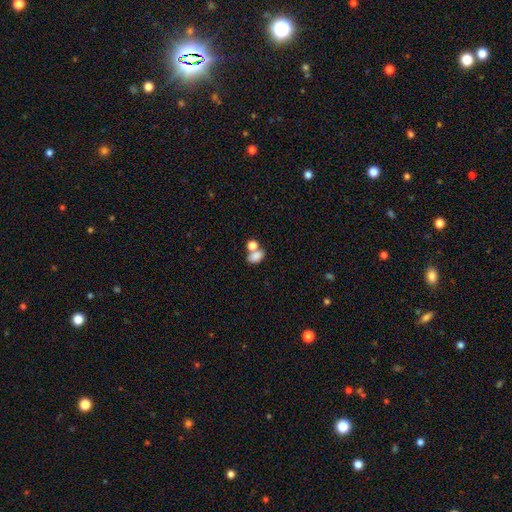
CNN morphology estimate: Smooth or featured: smooth — 81% (star or artifact — 10%)
How rounded: in between — 80% (round — 18%)
Merging: merger — 46% (none — 39%)